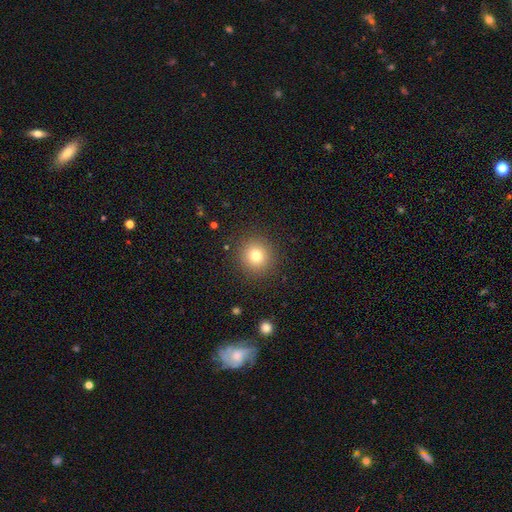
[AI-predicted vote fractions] The model was most divided on "smooth or featured": smooth: 77%, star or artifact: 13%, featured or disk: 10%. More confident: how rounded — round (93%); merging — none (89%).